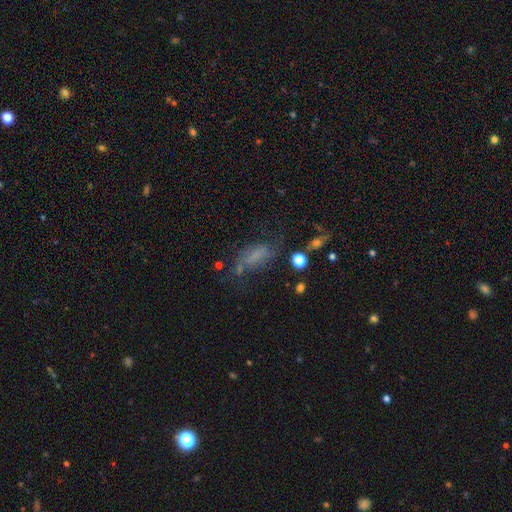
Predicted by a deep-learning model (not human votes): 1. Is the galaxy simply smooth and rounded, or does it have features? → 49% smooth, 31% featured or disk, 20% star or artifact.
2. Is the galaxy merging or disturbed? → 39% none, 29% major disturbance, 24% minor disturbance, 8% merger.